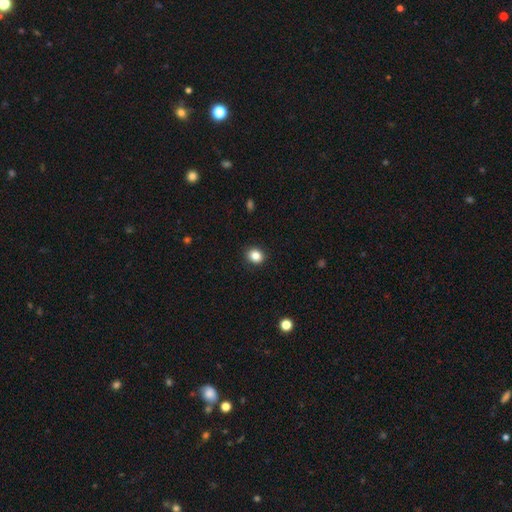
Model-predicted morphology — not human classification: Smooth or featured?
  - smooth: 85% *
  - star or artifact: 10%
  - featured or disk: 5%
How rounded?
  - round: 68% *
  - in between: 31%
  - cigar-shaped: 1%
Merging?
  - none: 91% *
  - minor disturbance: 7%
  - major disturbance: 2%
  - merger: 1%